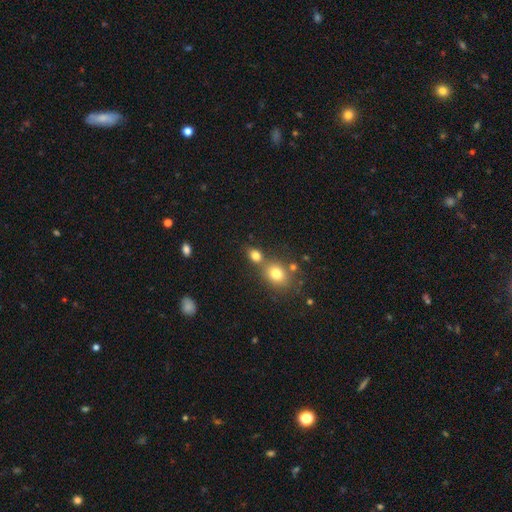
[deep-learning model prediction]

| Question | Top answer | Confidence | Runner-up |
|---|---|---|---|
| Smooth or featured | smooth | 78% | star or artifact (13%) |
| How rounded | round | 49% | tied: in between (49%) |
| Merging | none | 51% | merger (35%) |